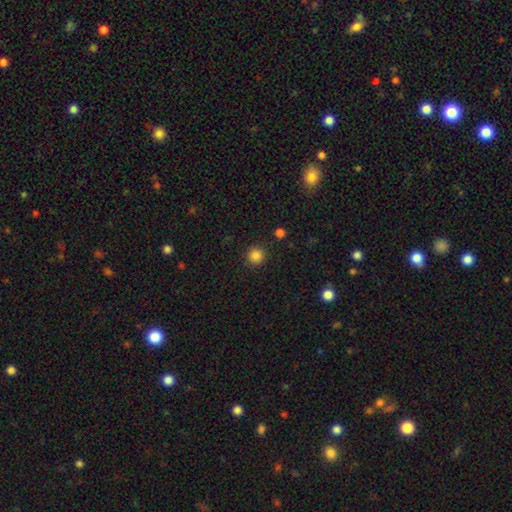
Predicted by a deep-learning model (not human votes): A smooth galaxy with no disk features (85%) that is round (95%). Merging: none (91%).